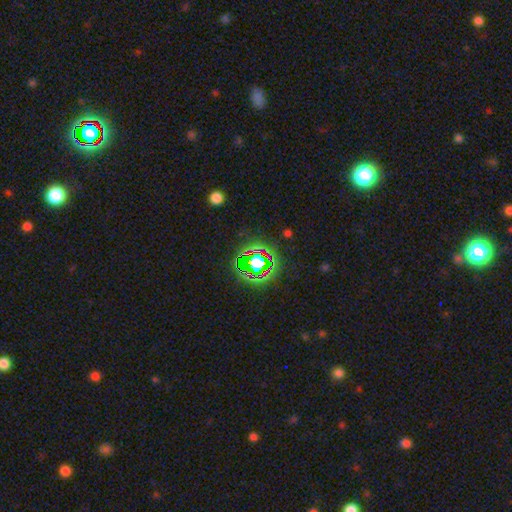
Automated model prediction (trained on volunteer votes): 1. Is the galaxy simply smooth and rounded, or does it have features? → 78% star or artifact, 14% smooth, 8% featured or disk.